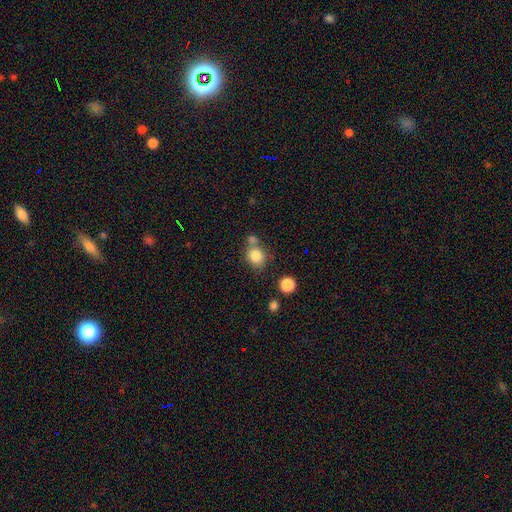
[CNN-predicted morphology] Smooth or featured: smooth — 83% (star or artifact — 11%)
How rounded: round — 77% (in between — 22%)
Merging: none — 61% (merger — 23%)